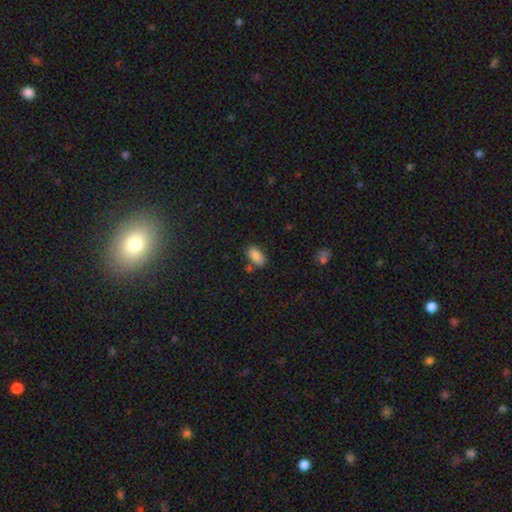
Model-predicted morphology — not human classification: This appears to be a smooth galaxy with no disk features (85%) that is in between round and cigar-shaped (91%). Merging: none (72%).